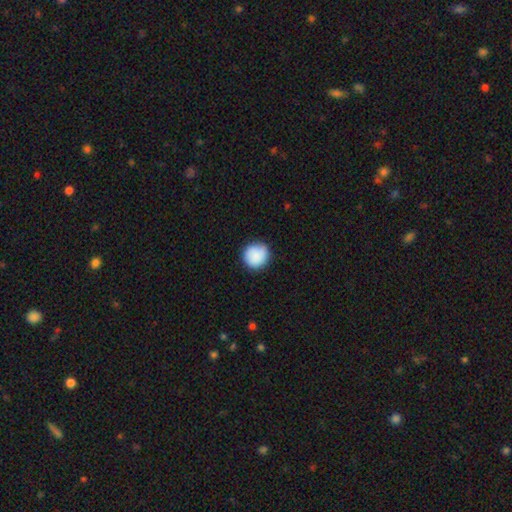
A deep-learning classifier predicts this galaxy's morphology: type=smooth (88%); roundness=round (91%); merging=none (84%).